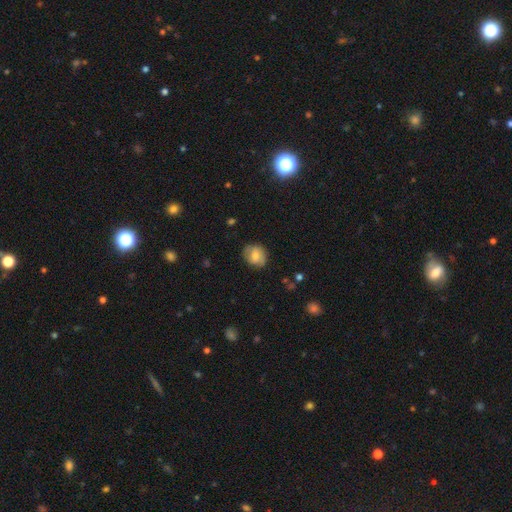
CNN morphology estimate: Smooth or featured? Predicted: smooth (p=0.72). How rounded? Predicted: round (p=0.69). Merging? Predicted: none (p=0.76).